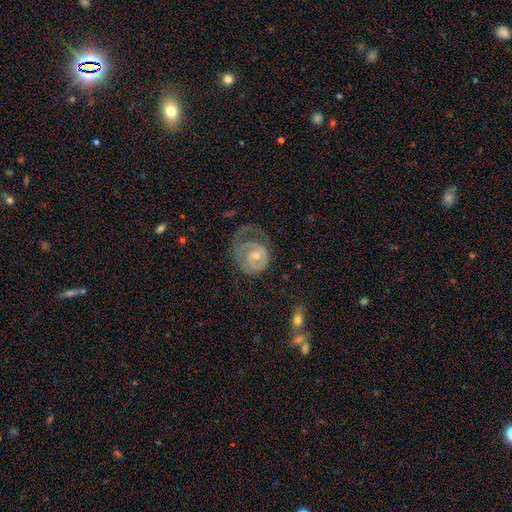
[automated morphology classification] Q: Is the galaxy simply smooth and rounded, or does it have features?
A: featured or disk — 72%.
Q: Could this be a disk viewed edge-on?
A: no — 97%.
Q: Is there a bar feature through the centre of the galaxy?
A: no — 66%.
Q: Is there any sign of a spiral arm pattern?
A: yes — 75%.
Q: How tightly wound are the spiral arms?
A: tight — 60%.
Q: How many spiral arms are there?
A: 1 — 40%.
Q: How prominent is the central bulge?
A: moderate — 47%, tied with small.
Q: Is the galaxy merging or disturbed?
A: none — 41%.